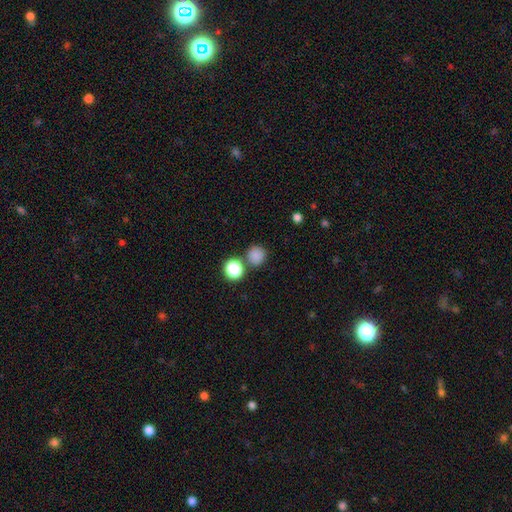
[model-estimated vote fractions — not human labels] The model was most divided on "merging": none: 75%, merger: 14%, minor disturbance: 8%, major disturbance: 3%. More confident: how rounded — round (92%); smooth or featured — smooth (82%).